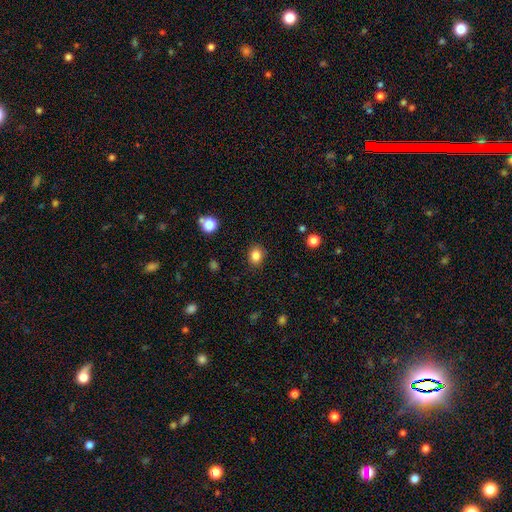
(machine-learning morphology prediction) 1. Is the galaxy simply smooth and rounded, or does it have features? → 84% smooth, 11% star or artifact, 5% featured or disk.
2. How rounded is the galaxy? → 57% round, 42% in between, 1% cigar-shaped.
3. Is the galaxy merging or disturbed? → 87% none, 9% minor disturbance, 3% major disturbance, 1% merger.